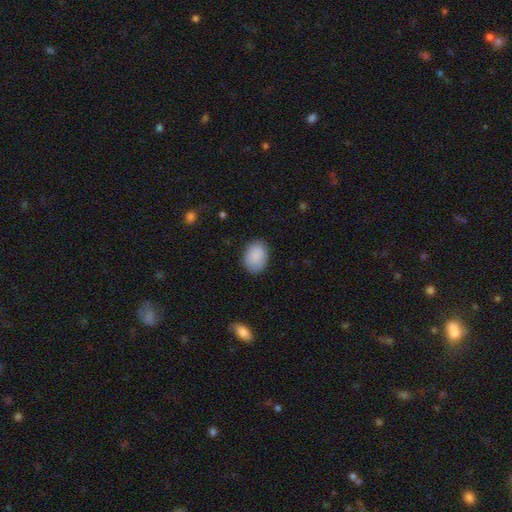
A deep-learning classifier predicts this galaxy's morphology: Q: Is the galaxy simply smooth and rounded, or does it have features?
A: smooth — 89%.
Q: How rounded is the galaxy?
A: in between — 76%.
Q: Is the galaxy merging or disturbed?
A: none — 83%.